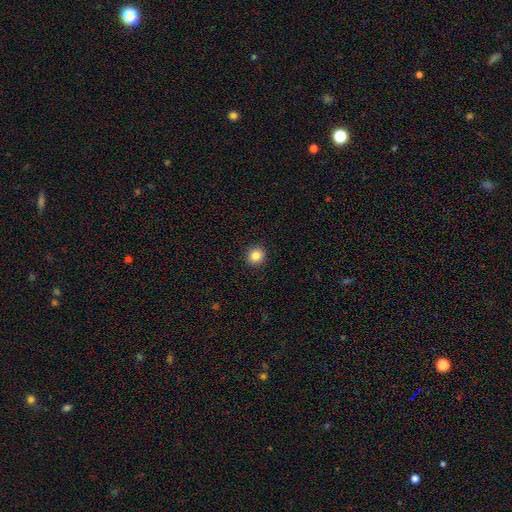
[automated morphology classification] Smooth or featured: smooth — 86% (star or artifact — 10%)
How rounded: round — 83% (in between — 16%)
Merging: none — 92% (minor disturbance — 5%)